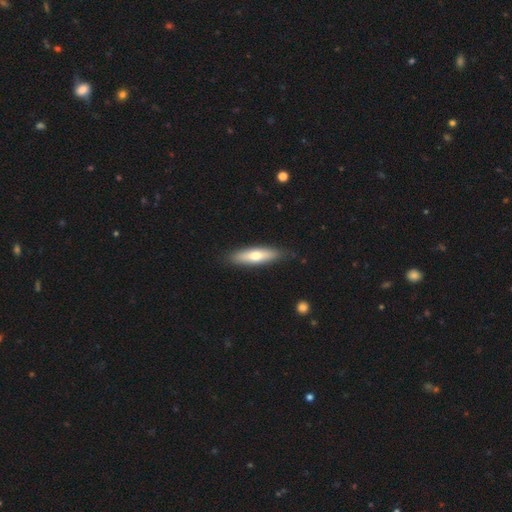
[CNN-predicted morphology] This is likely a smooth galaxy (62%). How rounded: likely cigar-shaped (65%). Merging: clearly none (85%).